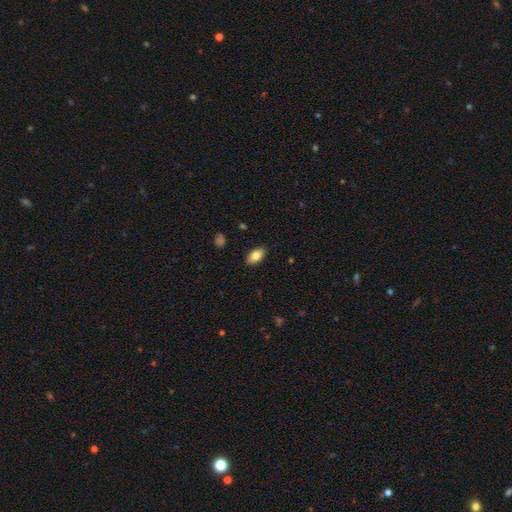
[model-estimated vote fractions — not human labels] This is clearly a smooth galaxy (81%). How rounded: clearly in between (92%). Merging: clearly none (88%).